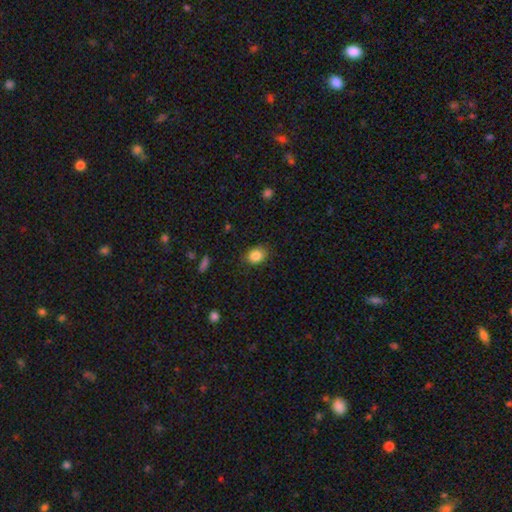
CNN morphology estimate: Q: Smooth or featured?
A: smooth (85%); runner-up: star or artifact (9%)
Q: How rounded?
A: in between (55%); runner-up: round (44%)
Q: Merging?
A: none (84%); runner-up: minor disturbance (12%)